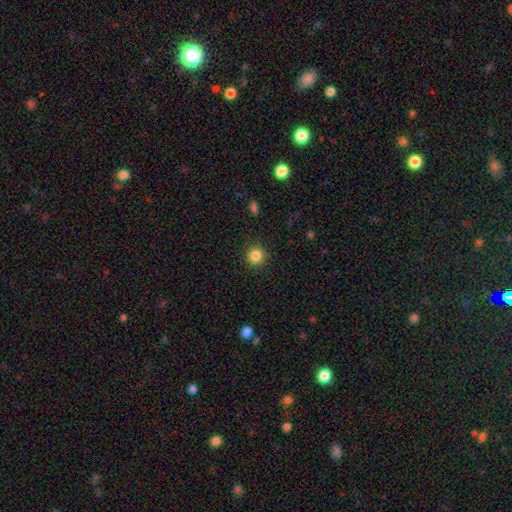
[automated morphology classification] The model was most divided on "smooth or featured": smooth: 85%, star or artifact: 11%, featured or disk: 4%. More confident: how rounded — round (93%); merging — none (91%).